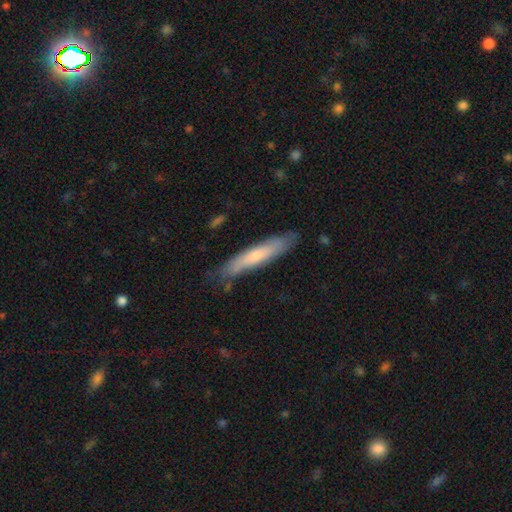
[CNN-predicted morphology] Smooth or featured: smooth — 63% (featured or disk — 32%)
How rounded: cigar-shaped — 88% (in between — 11%)
Merging: none — 78% (minor disturbance — 17%)